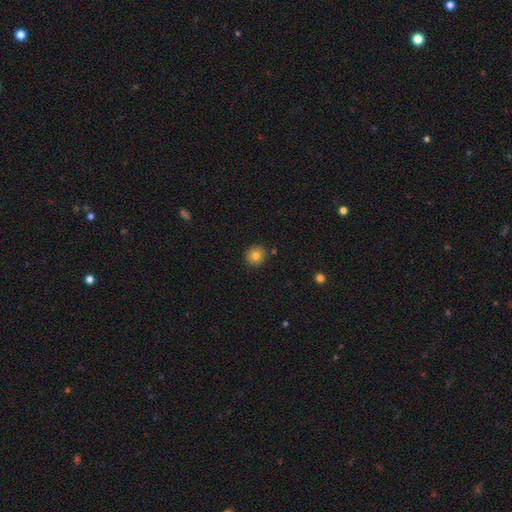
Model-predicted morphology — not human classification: The model was most divided on "smooth or featured": smooth: 79%, star or artifact: 11%, featured or disk: 10%. More confident: how rounded — round (91%); merging — none (88%).